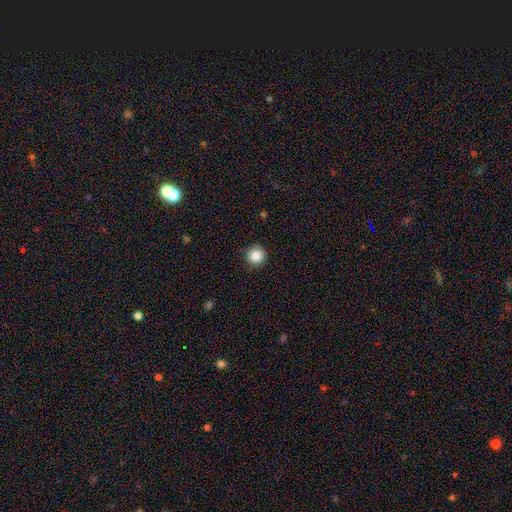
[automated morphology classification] A smooth galaxy with no disk features (86%) that is round (95%). Merging: none (91%).